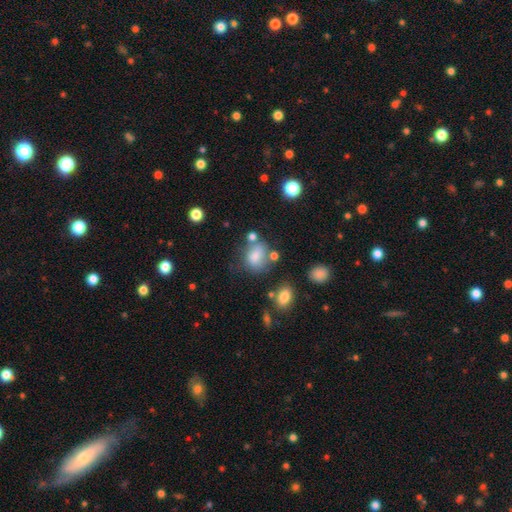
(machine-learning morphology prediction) Smooth or featured? Predicted: smooth (p=0.75). How rounded? Predicted: in between (p=0.56). Merging? Predicted: none (p=0.52).